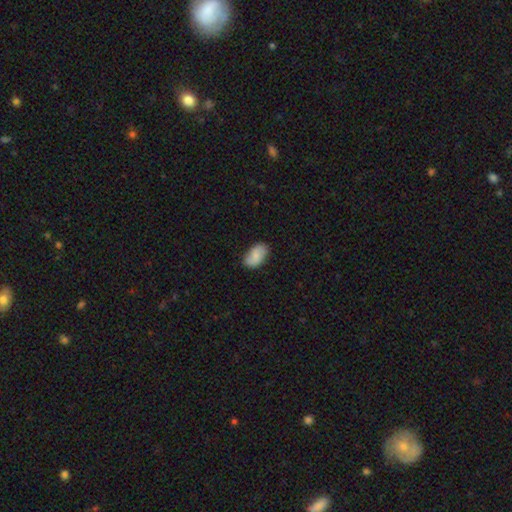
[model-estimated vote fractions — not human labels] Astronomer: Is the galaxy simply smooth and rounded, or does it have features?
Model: smooth — 73%.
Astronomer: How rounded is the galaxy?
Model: in between — 93%.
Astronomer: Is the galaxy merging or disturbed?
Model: none — 78%.